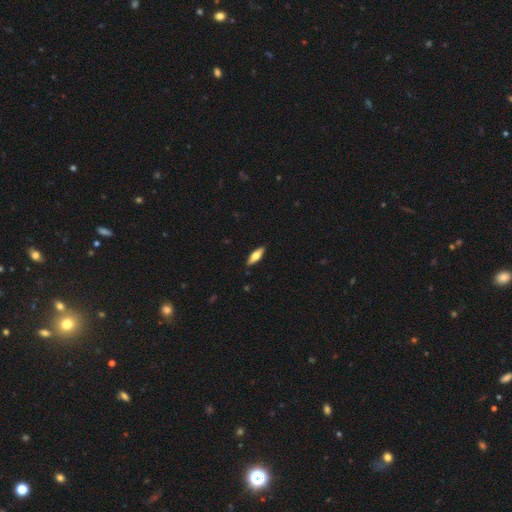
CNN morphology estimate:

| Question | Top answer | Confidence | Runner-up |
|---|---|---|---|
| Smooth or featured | smooth | 58% | featured or disk (36%) |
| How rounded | in between | 56% | cigar-shaped (42%) |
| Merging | none | 89% | minor disturbance (8%) |